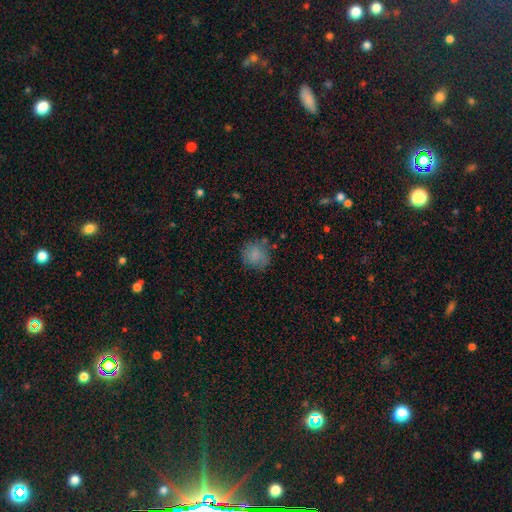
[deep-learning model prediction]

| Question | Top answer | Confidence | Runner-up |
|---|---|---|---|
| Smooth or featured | smooth | 77% | featured or disk (13%) |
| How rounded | round | 84% | in between (15%) |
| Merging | none | 68% | minor disturbance (21%) |